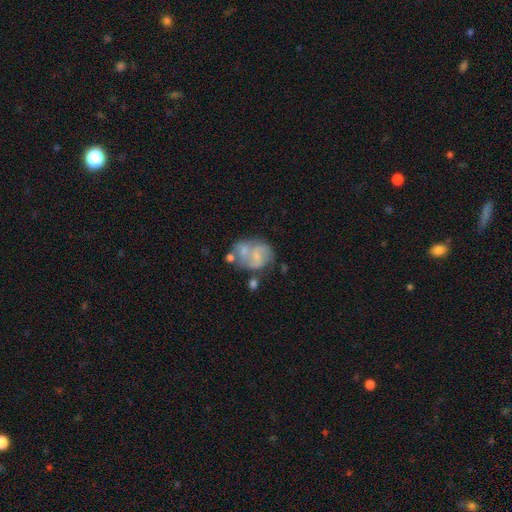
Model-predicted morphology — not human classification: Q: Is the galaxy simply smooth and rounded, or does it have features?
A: featured or disk — 56%.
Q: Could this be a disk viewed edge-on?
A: no — 98%.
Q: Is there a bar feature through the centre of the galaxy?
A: no — 60%.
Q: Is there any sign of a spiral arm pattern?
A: yes — 58%.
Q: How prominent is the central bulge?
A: small — 46%.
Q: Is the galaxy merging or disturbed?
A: none — 33%.